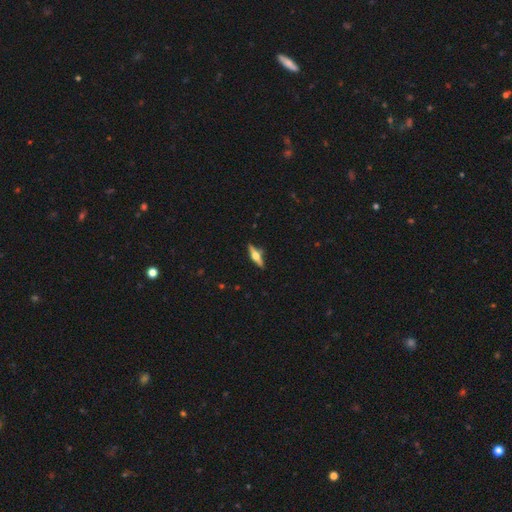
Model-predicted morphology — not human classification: This appears to be a featured or disk galaxy (69%) viewed edge-on (96%) with a rounded central bulge (94%). Merging: none (87%).